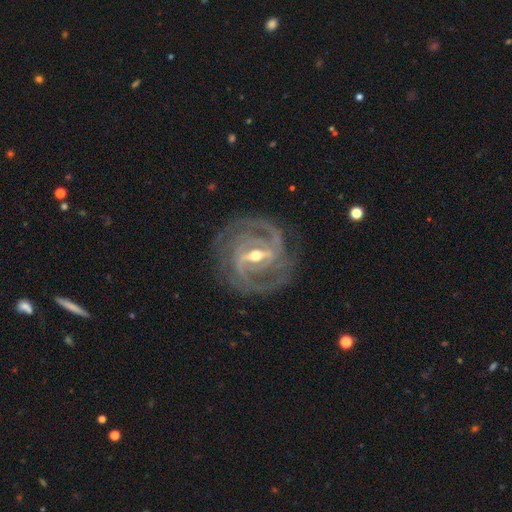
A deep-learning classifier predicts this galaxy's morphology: smooth_or_featured: featured or disk (p=0.93) [alt: star or artifact p=0.04]
disk_edge_on: no (p=0.96) [alt: yes p=0.04]
bar: strong (p=0.70) [alt: weak p=0.24]
has_spiral_arms: yes (p=0.98) [alt: no p=0.02]
spiral_winding: tight (p=0.63) [alt: medium p=0.32]
spiral_arm_count: 2 (p=0.39) [alt: 3 p=0.31]
bulge_size: moderate (p=0.61) [alt: small p=0.34]
merging: none (p=0.79) [alt: minor disturbance p=0.14]